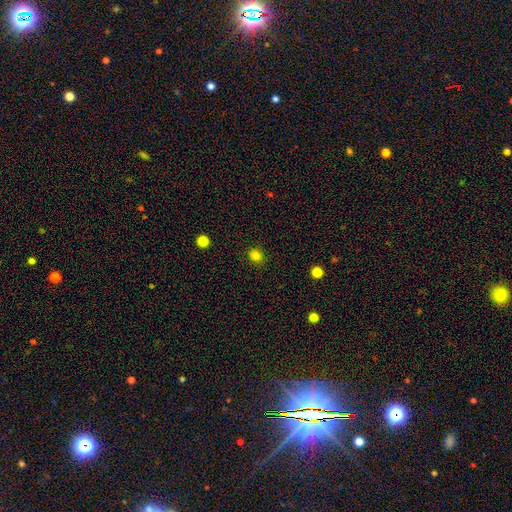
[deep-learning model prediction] This is clearly a smooth galaxy (83%). How rounded: likely round (72%). Merging: clearly none (88%).